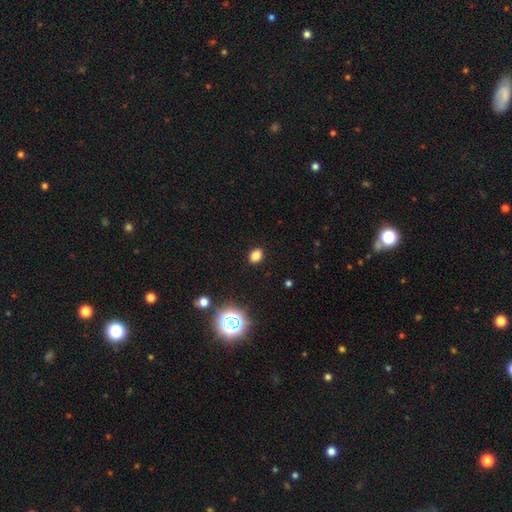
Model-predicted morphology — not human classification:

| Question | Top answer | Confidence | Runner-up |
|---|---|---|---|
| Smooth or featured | smooth | 80% | star or artifact (16%) |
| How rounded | in between | 58% | round (41%) |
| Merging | none | 90% | minor disturbance (7%) |